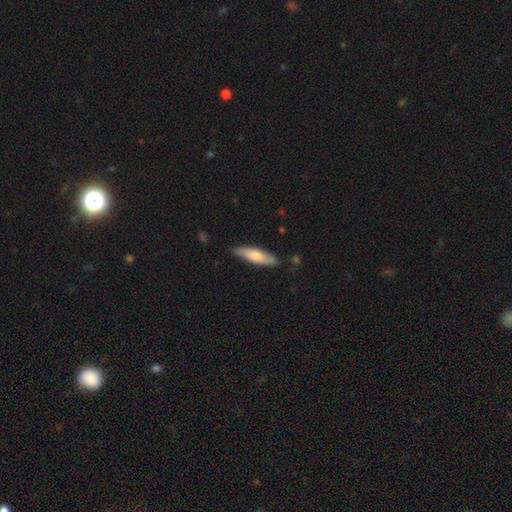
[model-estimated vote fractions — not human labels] The model was most divided on "how rounded": cigar-shaped: 63%, in between: 36%, round: 2%. More confident: merging — none (83%); smooth or featured — smooth (70%).